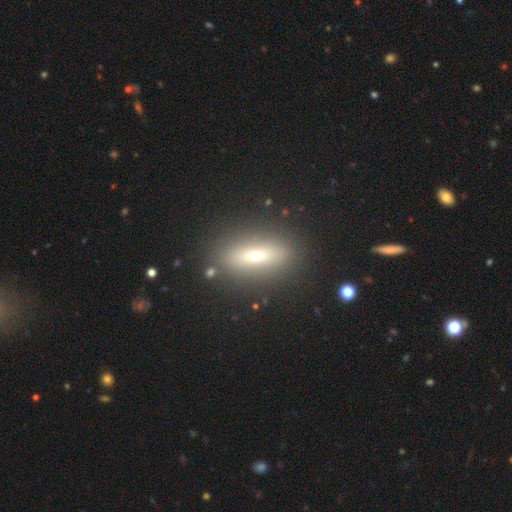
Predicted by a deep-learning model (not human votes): Morphology: type=featured or disk (44%); merging=none (87%).